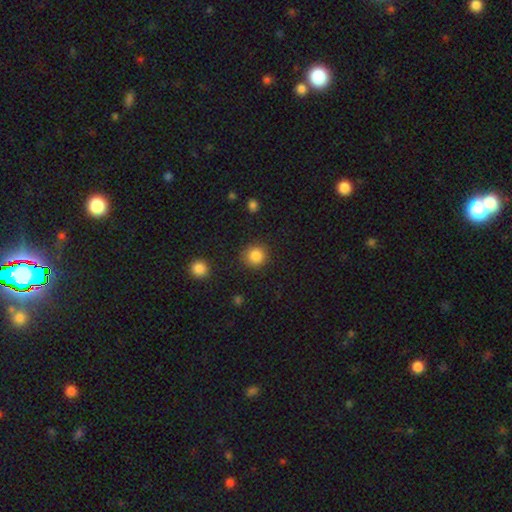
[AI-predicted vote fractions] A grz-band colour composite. It shows a smooth galaxy with no disk features (86%) that is round (92%). Merging: none (88%).